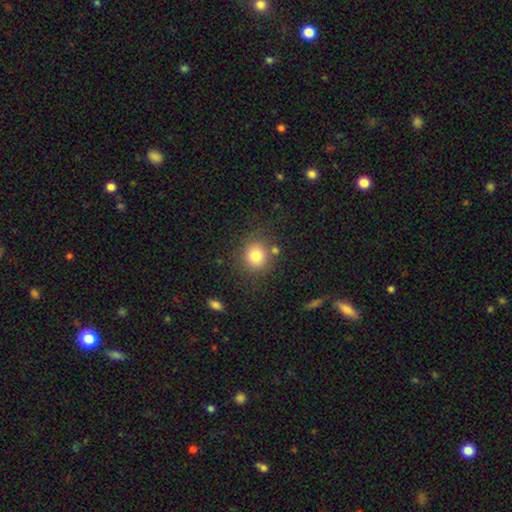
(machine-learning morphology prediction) Q: Smooth or featured?
A: smooth (81%); runner-up: star or artifact (11%)
Q: How rounded?
A: round (83%); runner-up: in between (16%)
Q: Merging?
A: none (77%); runner-up: minor disturbance (11%)